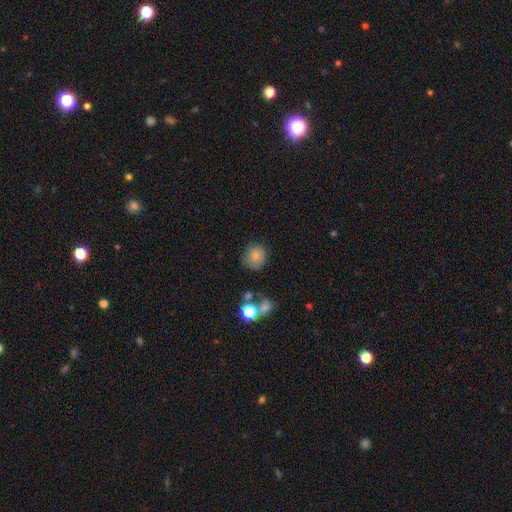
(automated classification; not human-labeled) Smooth or featured?
  - smooth: 81% *
  - star or artifact: 11%
  - featured or disk: 8%
How rounded?
  - round: 84% *
  - in between: 15%
  - cigar-shaped: 1%
Merging?
  - none: 74% *
  - minor disturbance: 16%
  - major disturbance: 6%
  - merger: 5%